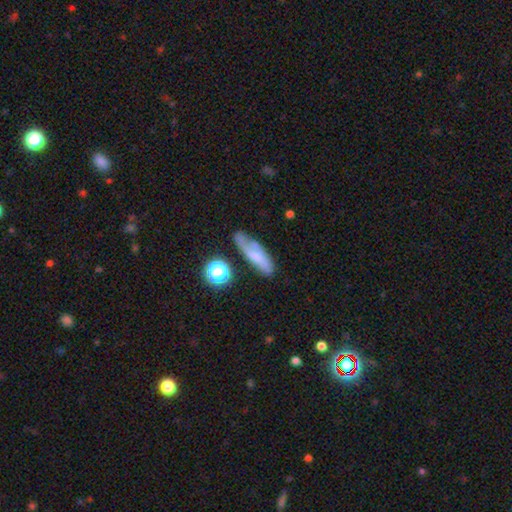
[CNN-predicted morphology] Smooth or featured: featured or disk — 46% (smooth — 42%)
Merging: none — 60% (minor disturbance — 24%)